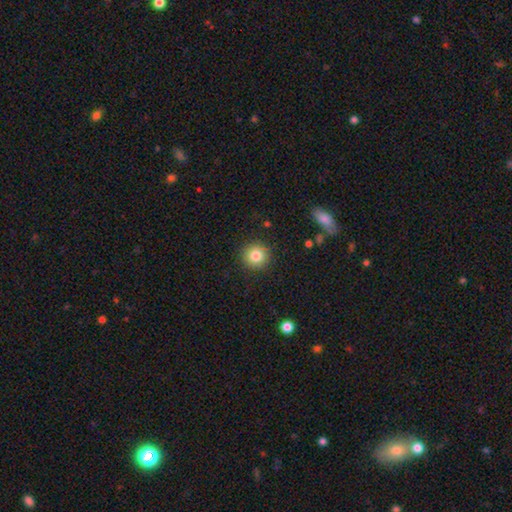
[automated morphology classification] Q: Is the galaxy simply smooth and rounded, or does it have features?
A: smooth — 83%.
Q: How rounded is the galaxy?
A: round — 94%.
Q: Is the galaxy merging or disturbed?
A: none — 91%.